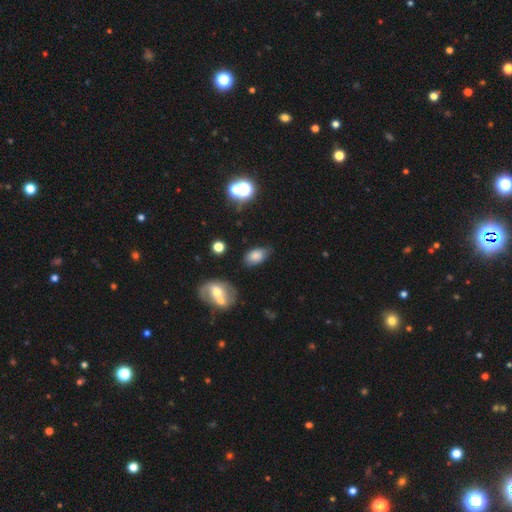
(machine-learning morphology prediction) This is likely a smooth galaxy (76%). How rounded: clearly in between (89%). Merging: likely none (63%).